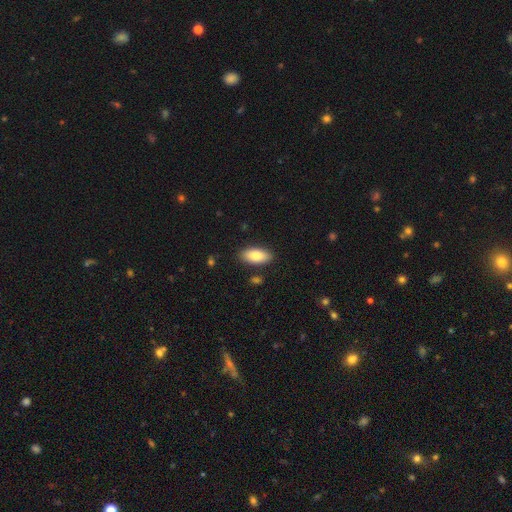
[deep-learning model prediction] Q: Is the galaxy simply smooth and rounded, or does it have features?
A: smooth — 81%.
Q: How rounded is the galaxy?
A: in between — 89%.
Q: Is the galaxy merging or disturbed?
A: none — 86%.